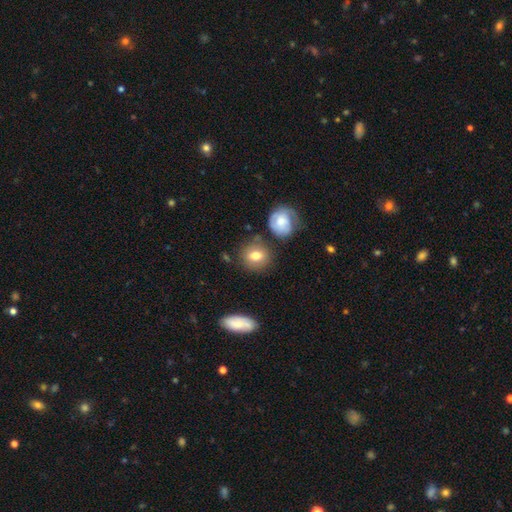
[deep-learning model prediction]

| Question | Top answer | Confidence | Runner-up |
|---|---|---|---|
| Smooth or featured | smooth | 76% | featured or disk (15%) |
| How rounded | round | 77% | in between (21%) |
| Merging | none | 76% | minor disturbance (13%) |